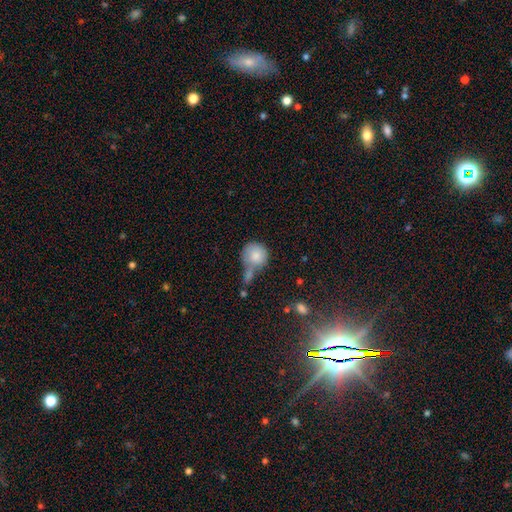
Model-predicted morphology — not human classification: Smooth or featured?
  - smooth: 81% *
  - featured or disk: 11%
  - star or artifact: 7%
How rounded?
  - round: 89% *
  - in between: 10%
  - cigar-shaped: 1%
Merging?
  - none: 37% *
  - merger: 34%
  - minor disturbance: 18%
  - major disturbance: 11%